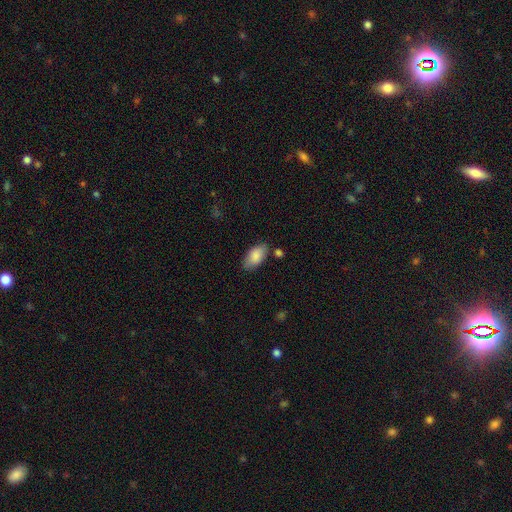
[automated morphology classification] This is clearly a smooth galaxy (86%). How rounded: clearly in between (94%). Merging: likely none (76%).